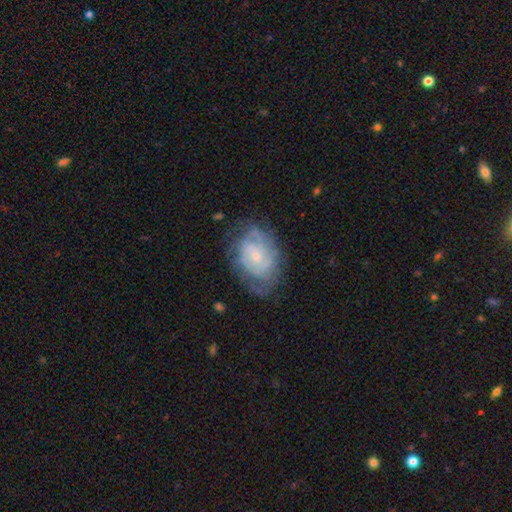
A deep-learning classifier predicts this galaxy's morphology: Smooth or featured?
  - featured or disk: 72% *
  - smooth: 21%
  - star or artifact: 7%
Edge-on disk?
  - no: 97% *
  - yes: 3%
Bar?
  - no: 57% *
  - weak: 36%
  - strong: 6%
Spiral arms?
  - yes: 82% *
  - no: 18%
Spiral winding?
  - tight: 58% *
  - medium: 32%
  - loose: 10%
Spiral arm count?
  - can't tell: 44% *
  - 2: 36%
  - 3: 9%
  - 1: 4%
  - 4: 4%
  - more than 4: 3%
Bulge size?
  - small: 62% *
  - moderate: 28%
  - none: 7%
  - large: 2%
  - dominant: 1%
Merging?
  - none: 64% *
  - minor disturbance: 23%
  - major disturbance: 11%
  - merger: 1%